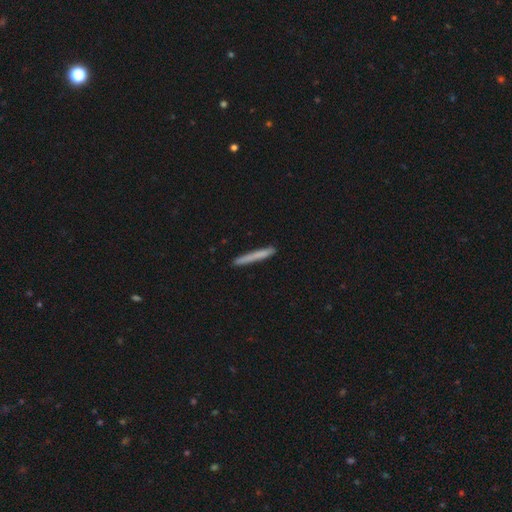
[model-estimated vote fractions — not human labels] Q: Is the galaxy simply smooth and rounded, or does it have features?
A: smooth — 72%.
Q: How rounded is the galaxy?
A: cigar-shaped — 97%.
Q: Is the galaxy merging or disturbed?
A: none — 90%.